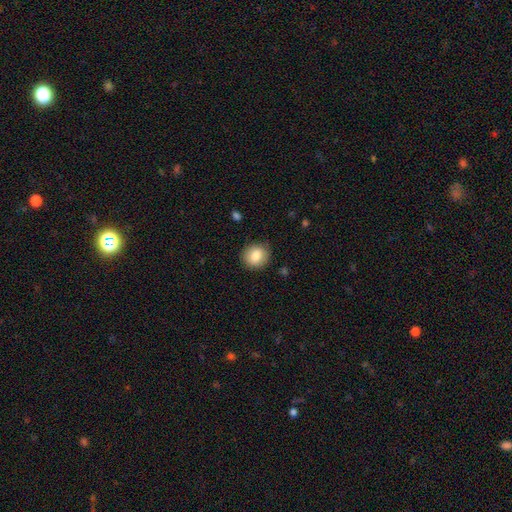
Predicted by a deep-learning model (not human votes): Overall: smooth (83%). How rounded: round (83%). Merging: none (88%).